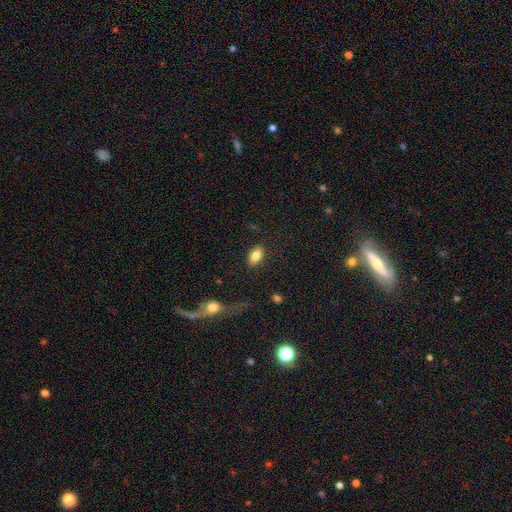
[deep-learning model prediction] A smooth galaxy with no disk features (77%) that is in between round and cigar-shaped (89%).

Vote fractions:
- Smooth or featured? smooth: 77% / featured or disk: 15% / star or artifact: 8%
- How rounded? in between: 89% / round: 7% / cigar-shaped: 4%
- Merging? none: 85% / minor disturbance: 10% / major disturbance: 3% / merger: 2%